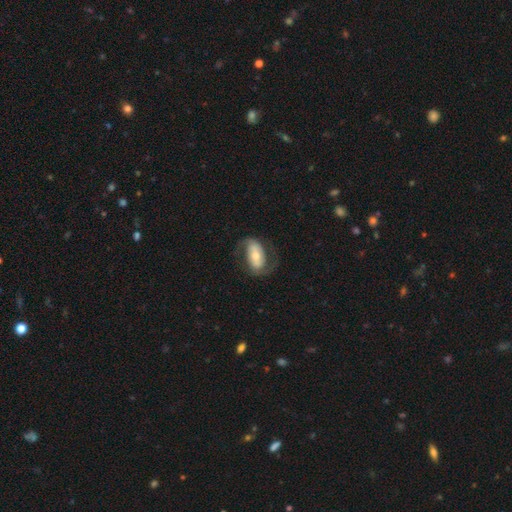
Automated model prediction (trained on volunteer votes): The model was most divided on "bar": strong: 36%, no: 34%, weak: 30%. Remaining: edge-on disk — no (95%); spiral arm count — 2 (88%); spiral arms — yes (86%); smooth or featured — featured or disk (68%); merging — none (68%); bulge size — moderate (50%); spiral winding — medium (46%).